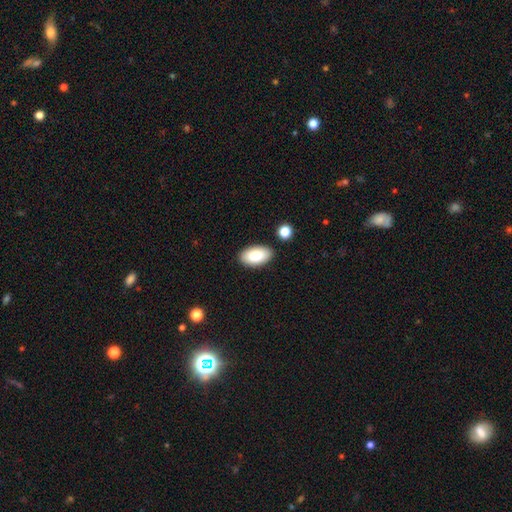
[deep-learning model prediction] A smooth galaxy with no disk features (86%) that is in between round and cigar-shaped (95%). Merging: none (87%).